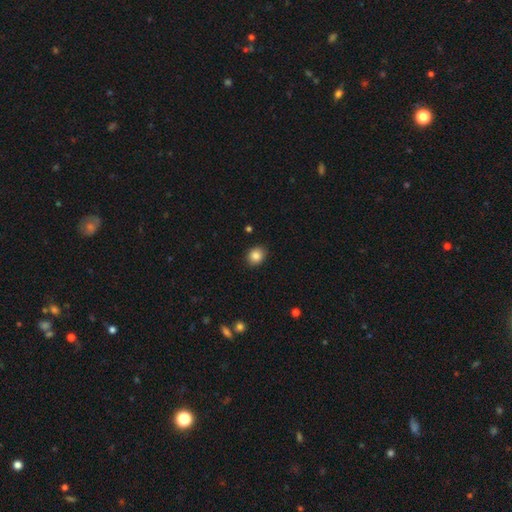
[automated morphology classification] type=smooth (85%); roundness=round (55%); merging=none (88%).